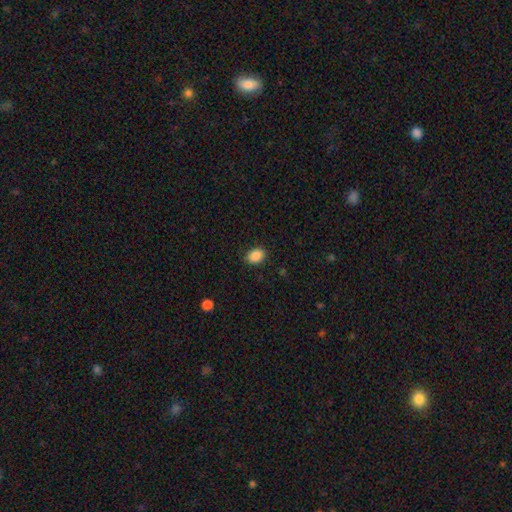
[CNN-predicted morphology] Overall: smooth (89%). How rounded: in between (71%). Merging: none (86%).